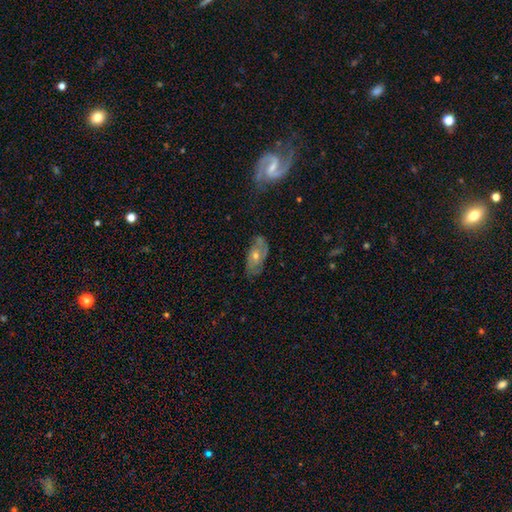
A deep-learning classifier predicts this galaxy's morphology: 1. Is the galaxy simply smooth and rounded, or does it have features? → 69% featured or disk, 22% smooth, 9% star or artifact.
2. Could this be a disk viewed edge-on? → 90% no, 10% yes.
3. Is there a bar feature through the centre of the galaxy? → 70% no, 24% weak, 6% strong.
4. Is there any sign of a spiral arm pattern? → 80% yes, 20% no.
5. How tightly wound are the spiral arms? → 43% tight, 40% medium, 17% loose.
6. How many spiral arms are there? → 58% 2, 26% can't tell, 6% 1, 6% 3, 2% 4, 2% more than 4.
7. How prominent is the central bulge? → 53% moderate, 43% small, 2% large, 1% none, 1% dominant.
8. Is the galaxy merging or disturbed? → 67% none, 22% minor disturbance, 8% major disturbance, 2% merger.